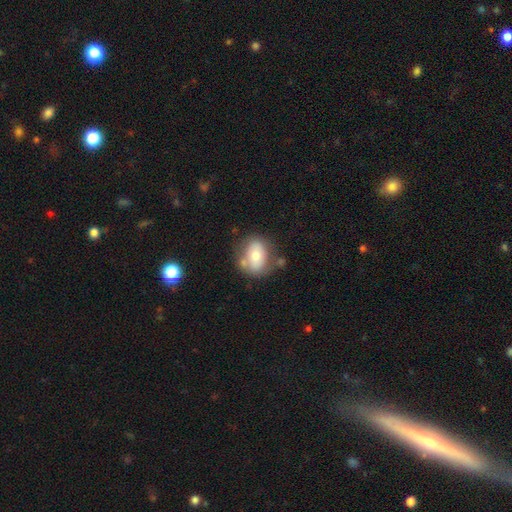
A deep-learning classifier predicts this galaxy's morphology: smooth 66%, featured or disk 25%, star or artifact 8%. Down the decision tree: how rounded — in between (64%); merging — none (60%).